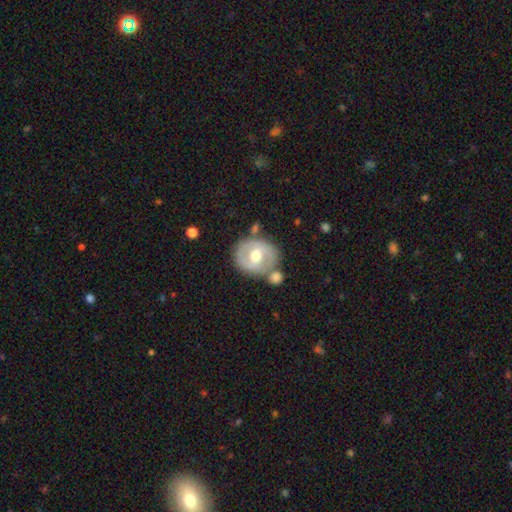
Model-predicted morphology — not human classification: Smooth or featured: featured or disk — 56% (smooth — 38%)
Edge-on disk: no — 95% (yes — 5%)
Bar: no — 44% (weak — 40%)
Spiral arms: no — 53% (yes — 47%)
Bulge size: moderate — 76% (small — 14%)
Merging: none — 64% (minor disturbance — 17%)